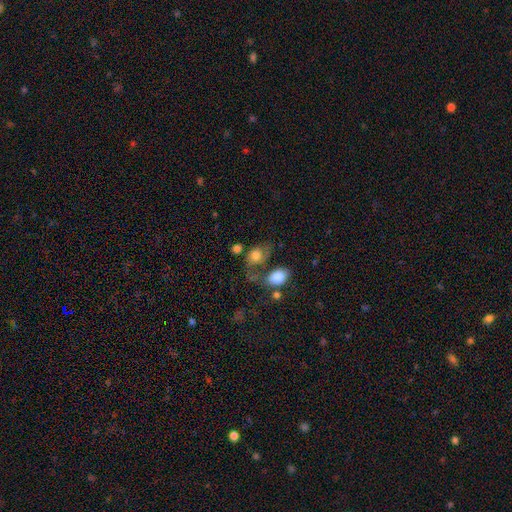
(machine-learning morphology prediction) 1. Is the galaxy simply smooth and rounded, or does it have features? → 63% smooth, 27% featured or disk, 11% star or artifact.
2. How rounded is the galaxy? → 63% in between, 35% round, 2% cigar-shaped.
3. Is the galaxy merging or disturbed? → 31% none, 25% major disturbance, 24% merger, 20% minor disturbance.